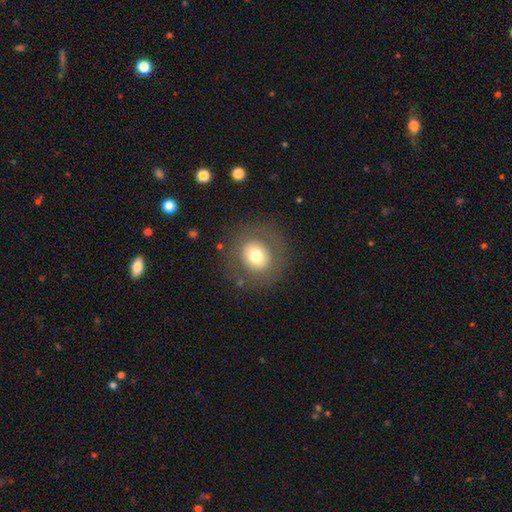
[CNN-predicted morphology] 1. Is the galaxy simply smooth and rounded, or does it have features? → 65% smooth, 24% featured or disk, 10% star or artifact.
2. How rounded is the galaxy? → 86% round, 13% in between, 1% cigar-shaped.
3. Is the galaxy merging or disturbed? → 82% none, 10% minor disturbance, 7% major disturbance, 1% merger.